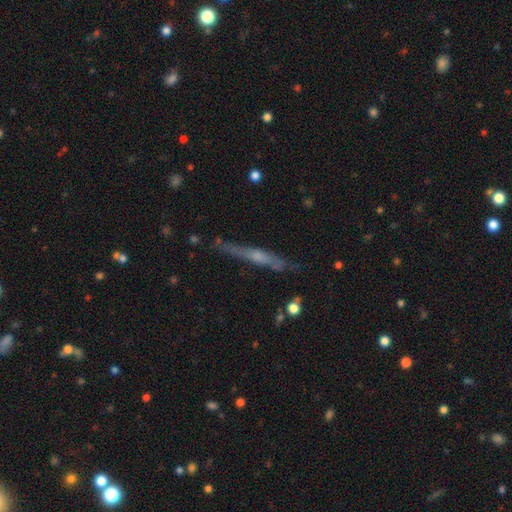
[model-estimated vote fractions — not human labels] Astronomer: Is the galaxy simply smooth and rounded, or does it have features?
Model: featured or disk — 59%.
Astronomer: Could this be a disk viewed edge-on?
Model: yes — 92%.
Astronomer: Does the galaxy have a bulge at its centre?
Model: rounded — 47% (runner-up: none, 42%).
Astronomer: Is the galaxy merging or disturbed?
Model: none — 73%.